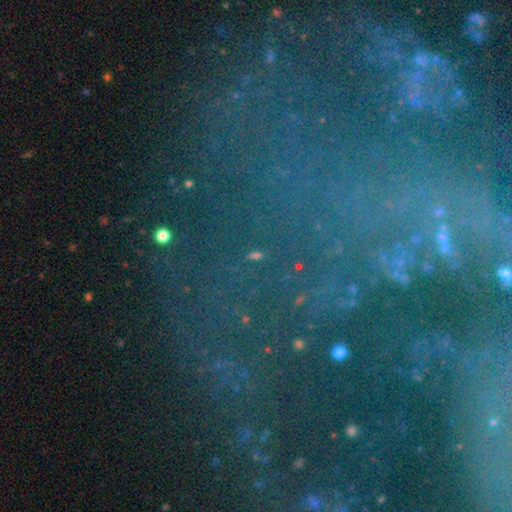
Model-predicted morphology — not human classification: type=star or artifact (67%).